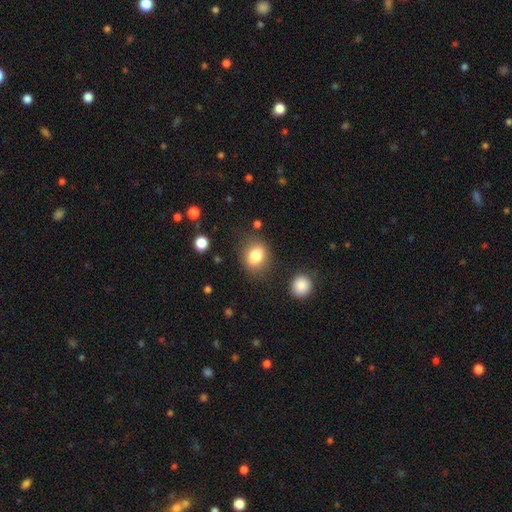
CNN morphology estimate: This appears to be a smooth galaxy with no disk features (81%) that is round (58%). Merging: none (78%).